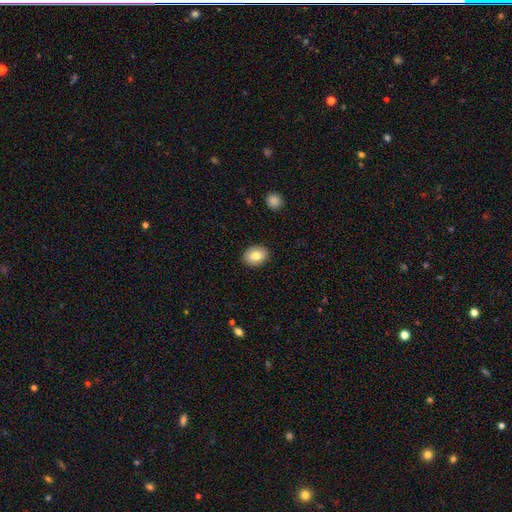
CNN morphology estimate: This appears to be a smooth galaxy with no disk features (78%) that is in between round and cigar-shaped (63%). Merging: none (89%).